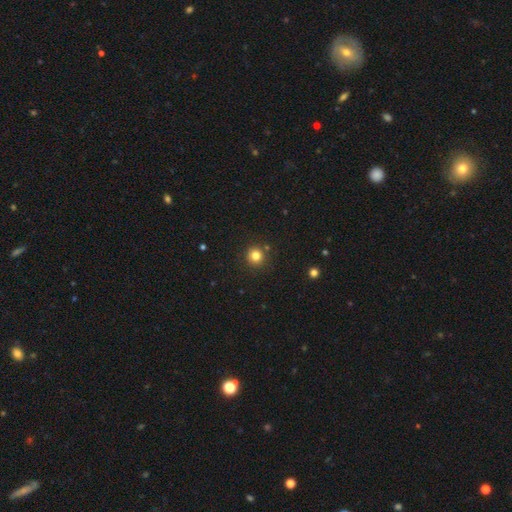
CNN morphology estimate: type=smooth (81%); roundness=round (93%); merging=none (88%).